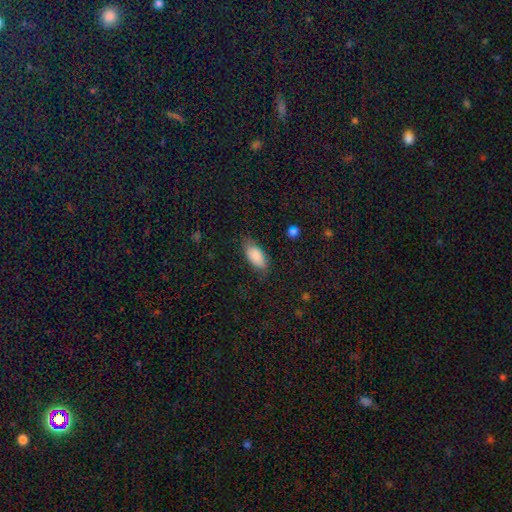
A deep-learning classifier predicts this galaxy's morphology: Q: Smooth or featured?
A: smooth (85%); runner-up: featured or disk (8%)
Q: How rounded?
A: in between (90%); runner-up: cigar-shaped (7%)
Q: Merging?
A: none (73%); runner-up: minor disturbance (20%)